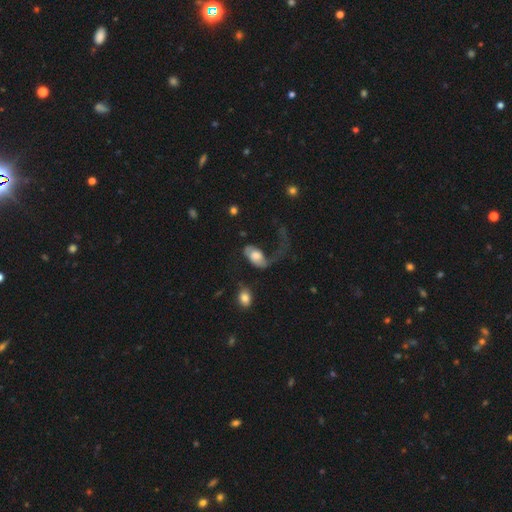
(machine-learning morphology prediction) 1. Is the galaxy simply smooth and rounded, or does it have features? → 50% featured or disk, 44% smooth, 7% star or artifact.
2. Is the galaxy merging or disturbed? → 60% major disturbance, 19% none, 14% minor disturbance, 7% merger.